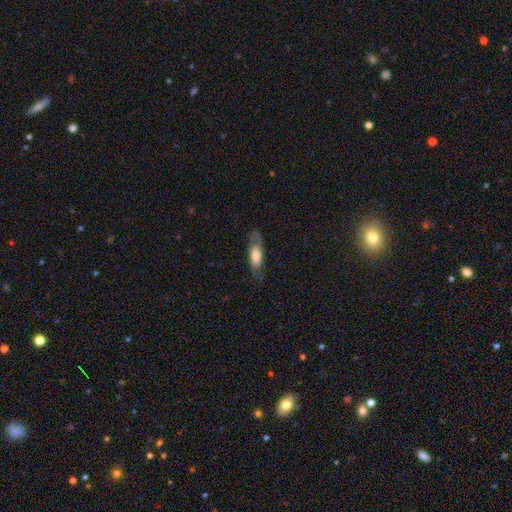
Morphology: type=smooth (57%); roundness=in between (52%); merging=none (77%).